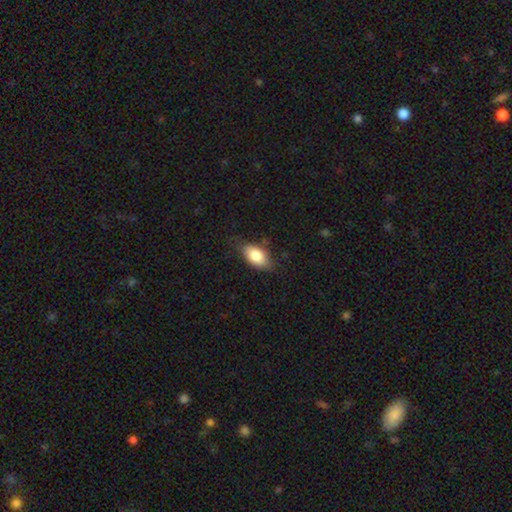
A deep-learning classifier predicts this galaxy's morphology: Smooth or featured? Predicted: smooth (p=0.81). How rounded? Predicted: in between (p=0.91). Merging? Predicted: none (p=0.73).